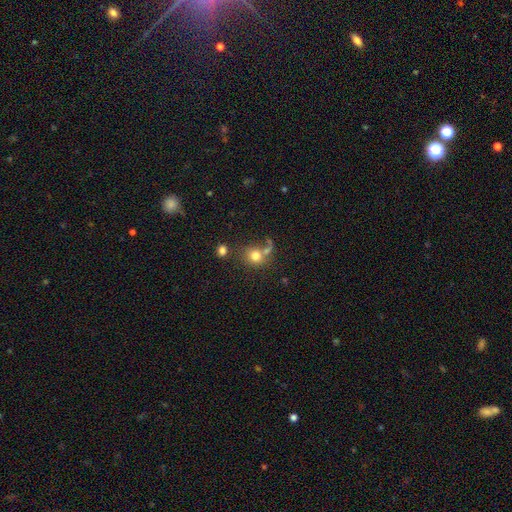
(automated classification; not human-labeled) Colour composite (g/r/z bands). It shows a smooth galaxy with no disk features (75%) that is round (76%). Merging: none (47%).